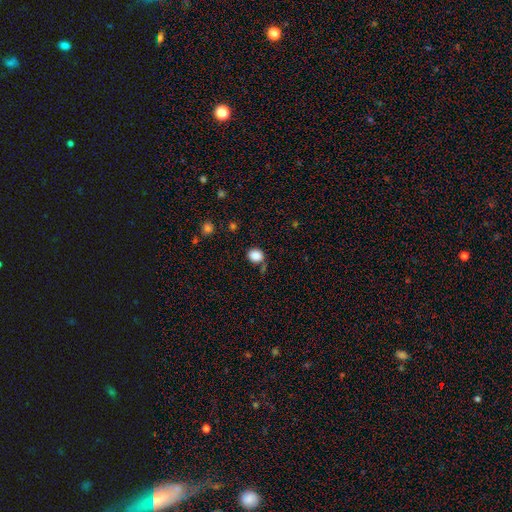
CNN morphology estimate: Smooth or featured?
  - smooth: 87% *
  - star or artifact: 10%
  - featured or disk: 4%
How rounded?
  - round: 62% *
  - in between: 37%
  - cigar-shaped: 1%
Merging?
  - none: 75% *
  - minor disturbance: 14%
  - merger: 7%
  - major disturbance: 5%